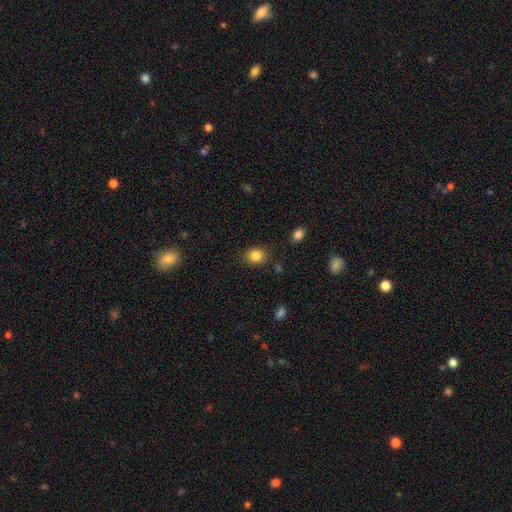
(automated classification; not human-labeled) Smooth or featured? Predicted: smooth (p=0.85). How rounded? Predicted: round (p=0.61). Merging? Predicted: none (p=0.84).